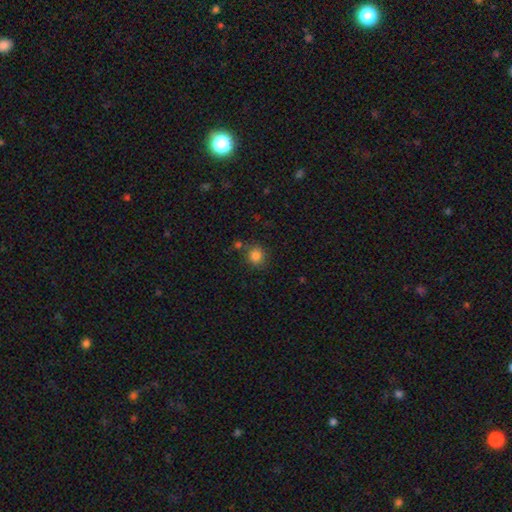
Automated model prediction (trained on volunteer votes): Smooth or featured: smooth — 84% (star or artifact — 11%)
How rounded: round — 87% (in between — 12%)
Merging: none — 77% (minor disturbance — 10%)